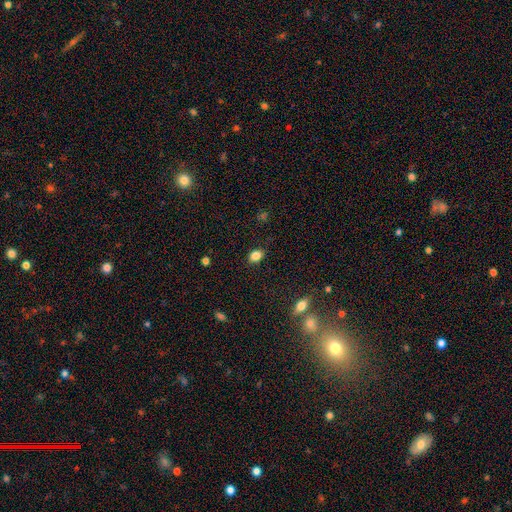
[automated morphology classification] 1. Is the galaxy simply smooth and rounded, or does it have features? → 85% smooth, 10% star or artifact, 5% featured or disk.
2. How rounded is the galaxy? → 72% in between, 27% round, 1% cigar-shaped.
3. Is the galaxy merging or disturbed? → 87% none, 10% minor disturbance, 2% major disturbance, 1% merger.